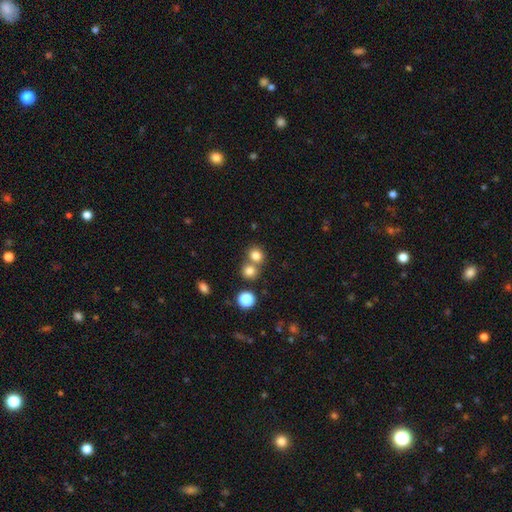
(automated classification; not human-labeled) This is likely a smooth galaxy (79%). How rounded: likely round (79%). Merging: possibly none (52%).